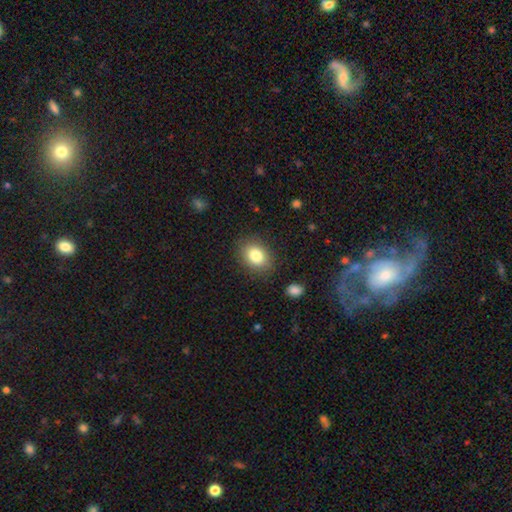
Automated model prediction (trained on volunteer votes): This is clearly a smooth galaxy (83%). How rounded: likely in between (65%). Merging: clearly none (85%).